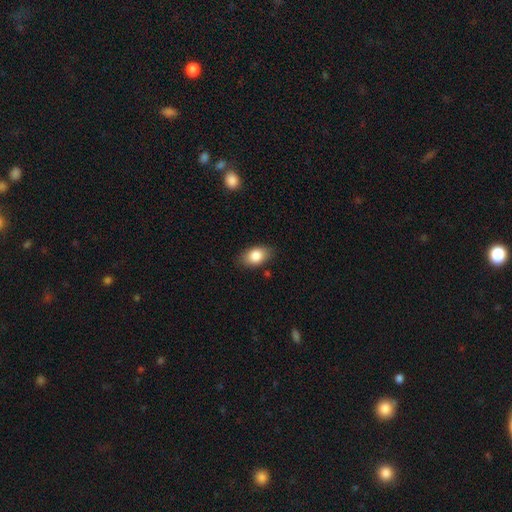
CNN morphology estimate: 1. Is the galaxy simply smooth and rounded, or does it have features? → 85% smooth, 8% featured or disk, 7% star or artifact.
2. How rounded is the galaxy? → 88% in between, 10% round, 2% cigar-shaped.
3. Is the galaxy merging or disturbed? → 83% none, 13% minor disturbance, 3% major disturbance, 1% merger.